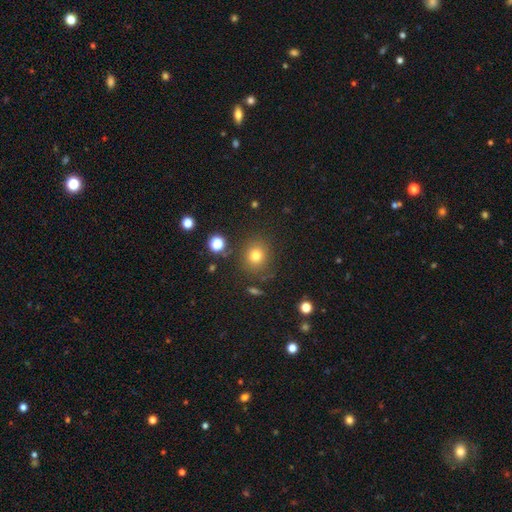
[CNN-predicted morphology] This appears to be a smooth galaxy with no disk features (78%) that is round (84%). Merging: none (84%).